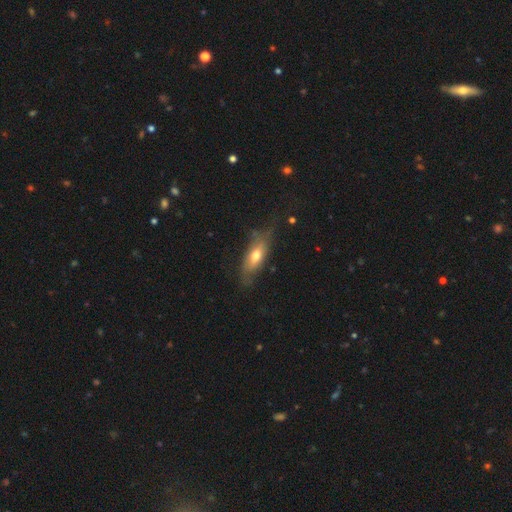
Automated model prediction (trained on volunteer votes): Smooth or featured: smooth — 59% (featured or disk — 34%)
How rounded: in between — 67% (cigar-shaped — 30%)
Merging: none — 61% (minor disturbance — 26%)